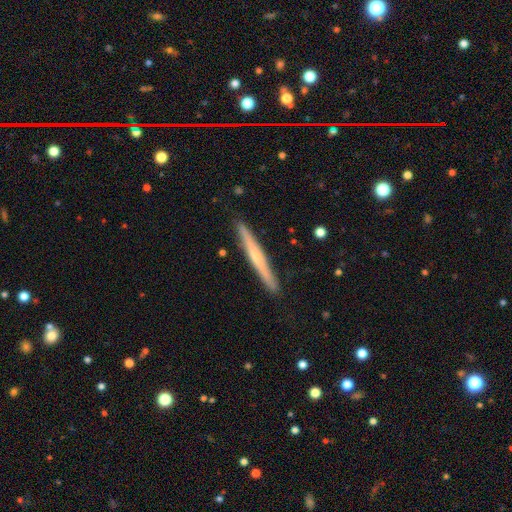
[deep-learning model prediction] Smooth or featured? Predicted: featured or disk (p=0.54). Edge-on disk? Predicted: yes (p=0.96). Edge-on bulge? Predicted: none (p=0.48). Merging? Predicted: none (p=0.90).